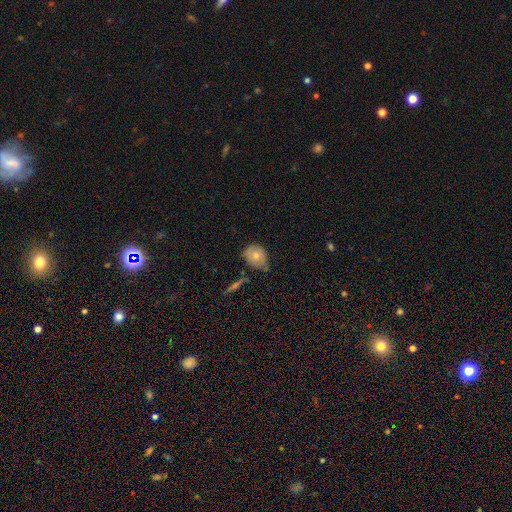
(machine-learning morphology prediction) This appears to be a smooth galaxy with no disk features (68%) that is round (64%). Merging: none (61%).